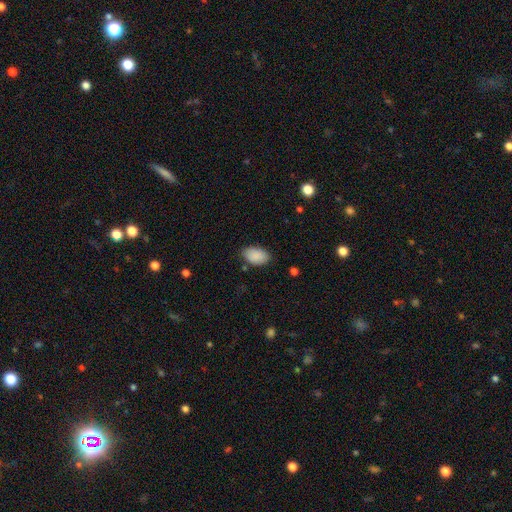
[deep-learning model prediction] Q: Smooth or featured?
A: smooth (89%); runner-up: star or artifact (7%)
Q: How rounded?
A: in between (93%); runner-up: round (6%)
Q: Merging?
A: none (80%); runner-up: minor disturbance (15%)